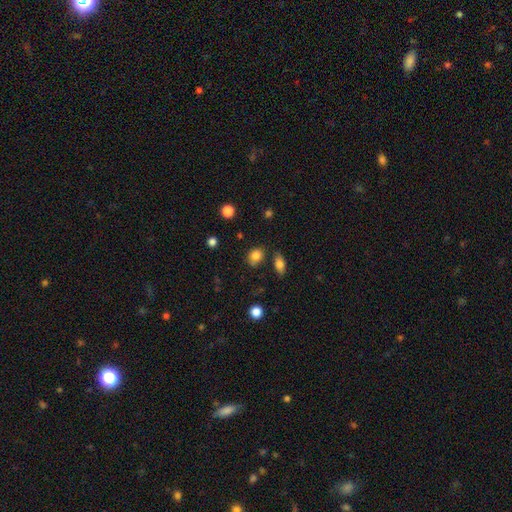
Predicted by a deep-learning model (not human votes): The model was most divided on "how rounded": in between: 51%, round: 48%, cigar-shaped: 2%. More confident: smooth or featured — smooth (83%); merging — none (71%).